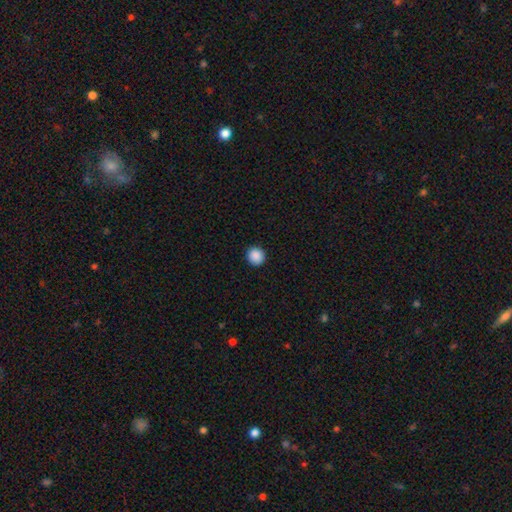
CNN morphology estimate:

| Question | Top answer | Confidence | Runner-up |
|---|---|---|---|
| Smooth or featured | smooth | 89% | star or artifact (9%) |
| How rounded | round | 94% | in between (5%) |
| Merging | none | 92% | minor disturbance (5%) |